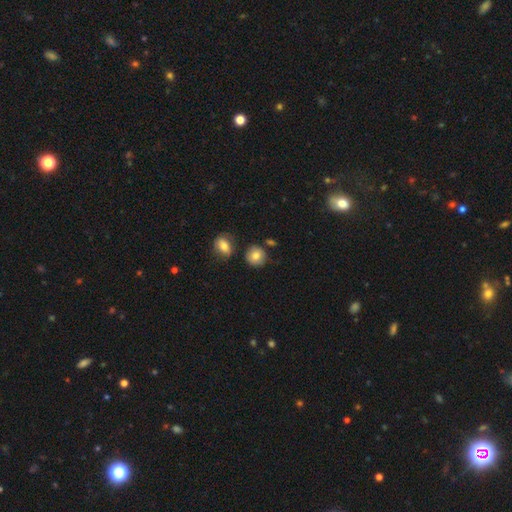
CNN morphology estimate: Smooth or featured: smooth — 82% (star or artifact — 9%)
How rounded: round — 87% (in between — 12%)
Merging: none — 76% (minor disturbance — 14%)